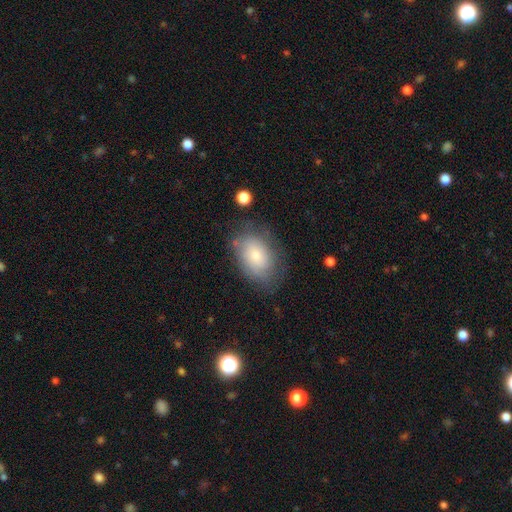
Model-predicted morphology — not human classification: Overall: smooth (68%). How rounded: in between (81%). Merging: none (66%).